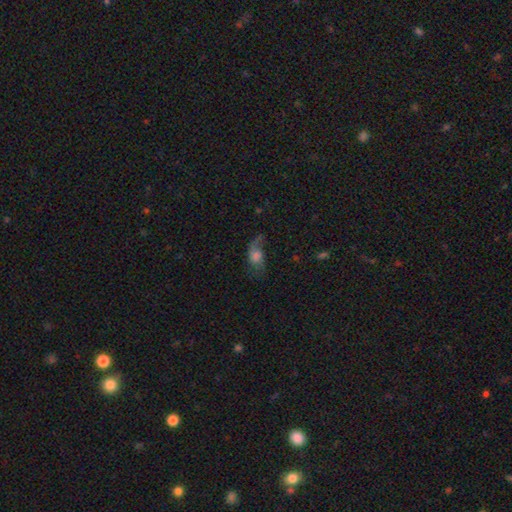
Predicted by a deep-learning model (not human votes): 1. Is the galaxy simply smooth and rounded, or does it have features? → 46% featured or disk, 42% smooth, 13% star or artifact.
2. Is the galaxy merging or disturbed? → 45% none, 28% major disturbance, 25% minor disturbance, 3% merger.